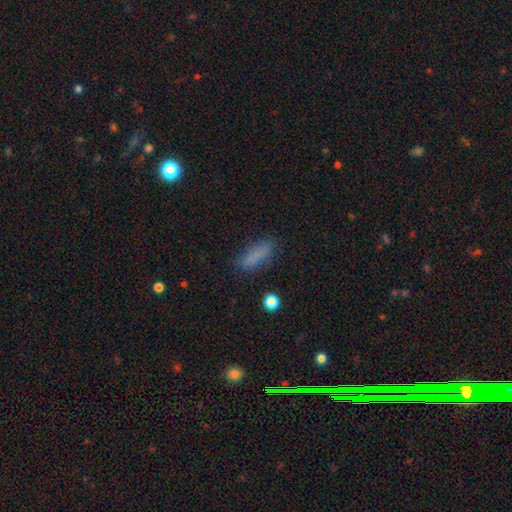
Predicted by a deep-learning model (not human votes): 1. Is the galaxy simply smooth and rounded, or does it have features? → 79% smooth, 11% star or artifact, 10% featured or disk.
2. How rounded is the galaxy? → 50% in between, 47% cigar-shaped, 3% round.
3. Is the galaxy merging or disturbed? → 74% none, 18% minor disturbance, 6% major disturbance, 2% merger.